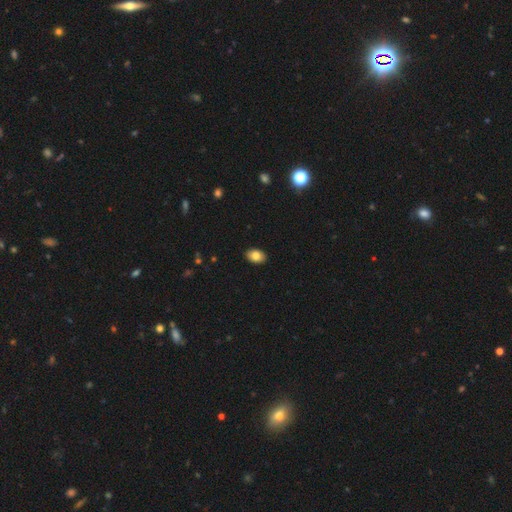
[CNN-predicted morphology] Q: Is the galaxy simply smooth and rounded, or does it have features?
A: smooth — 84%.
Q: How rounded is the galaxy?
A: in between — 87%.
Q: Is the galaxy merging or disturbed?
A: none — 90%.